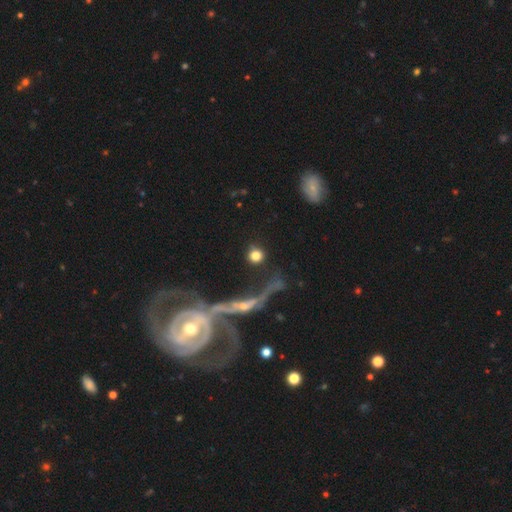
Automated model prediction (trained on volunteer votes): smooth-or-featured: smooth: 78% | featured or disk: 12% | star or artifact: 10%
  how-rounded: round: 93% | in between: 5% | cigar-shaped: 2%
  merging: none: 73% | merger: 10% | minor disturbance: 9% | major disturbance: 7%